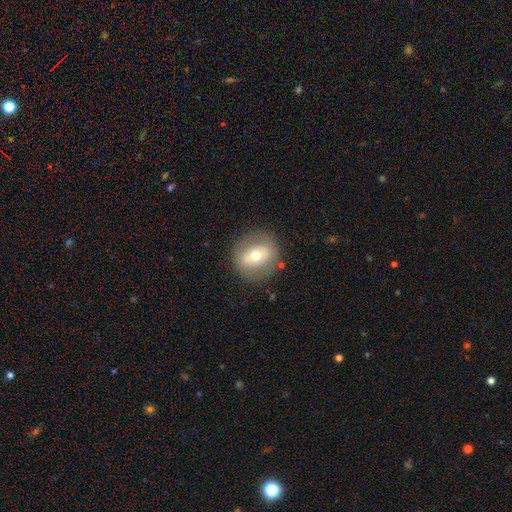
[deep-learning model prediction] This is possibly a smooth galaxy (56%). How rounded: likely round (80%). Merging: clearly none (81%).